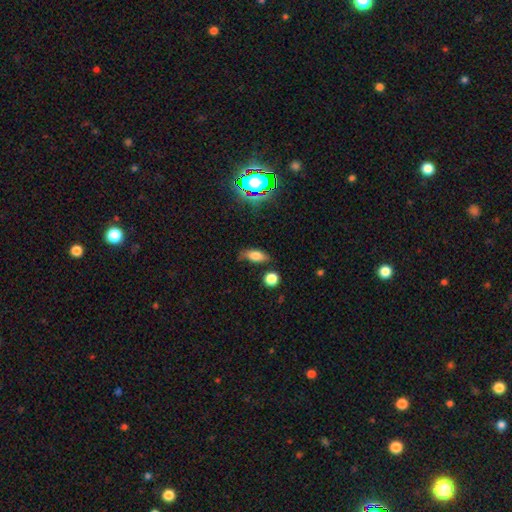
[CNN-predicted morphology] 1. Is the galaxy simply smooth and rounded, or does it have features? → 70% smooth, 17% featured or disk, 13% star or artifact.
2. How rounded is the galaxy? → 76% in between, 17% cigar-shaped, 7% round.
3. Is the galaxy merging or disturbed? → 68% none, 22% minor disturbance, 6% major disturbance, 4% merger.